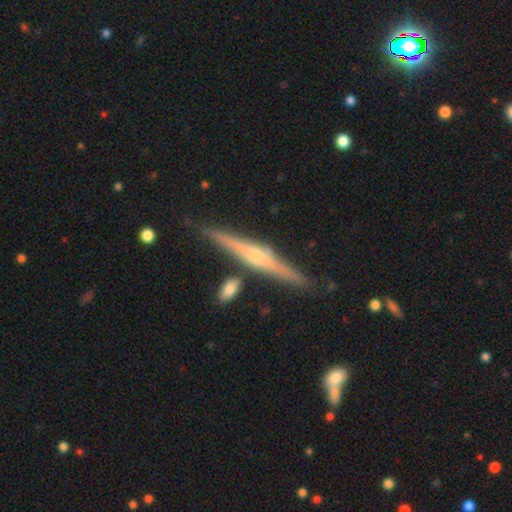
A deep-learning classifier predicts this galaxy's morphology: type=featured or disk (78%); edge-on=yes (98%); edge-on bulge=rounded (77%); merging=none (85%).